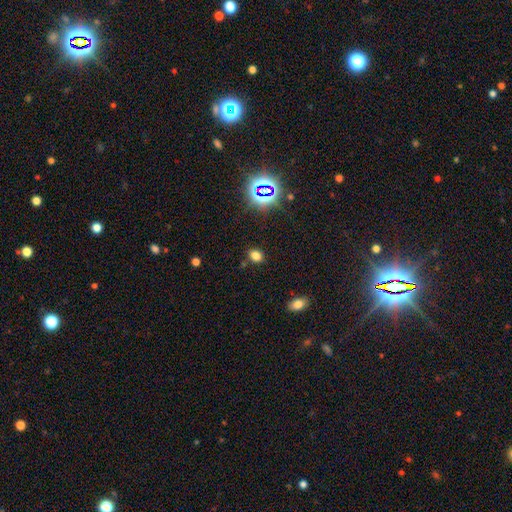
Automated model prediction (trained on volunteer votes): smooth 73%, star or artifact 21%, featured or disk 6%. Down the decision tree: how rounded — in between (61%); merging — none (84%).